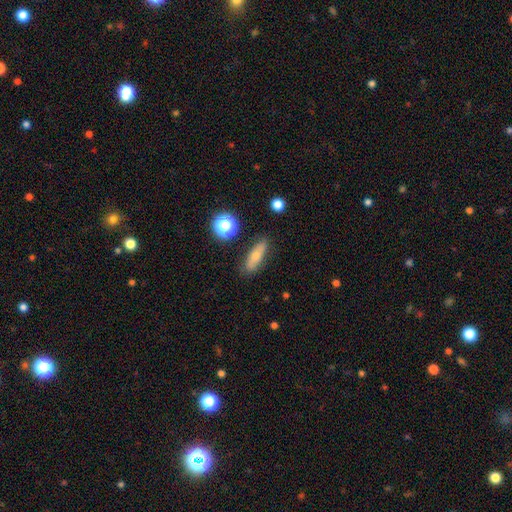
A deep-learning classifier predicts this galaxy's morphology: smooth-or-featured: smooth: 65% | featured or disk: 26% | star or artifact: 10%
  how-rounded: in between: 52% | cigar-shaped: 41% | round: 7%
  merging: none: 80% | minor disturbance: 14% | major disturbance: 4% | merger: 2%